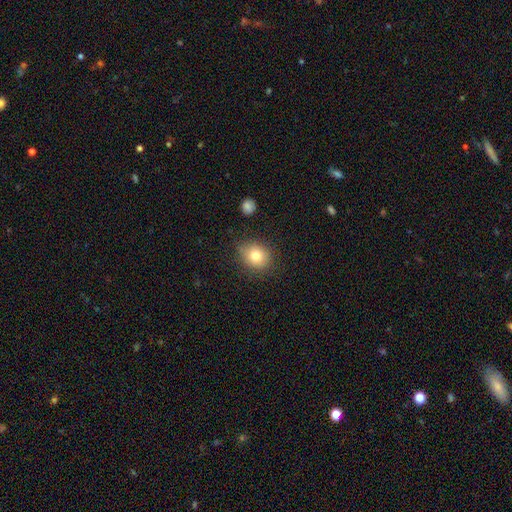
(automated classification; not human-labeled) Smooth or featured? smooth (80%)
How rounded? round (69%)
Merging? none (81%)